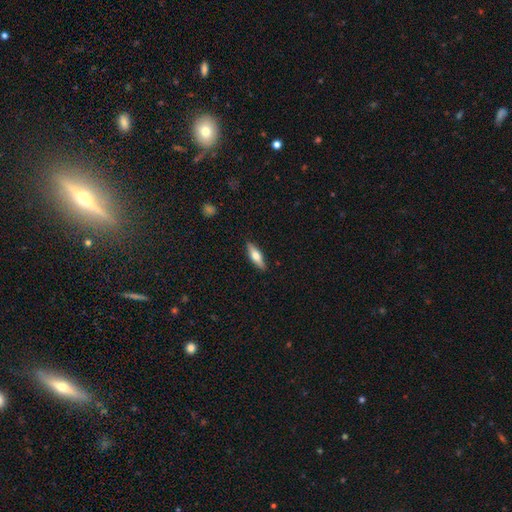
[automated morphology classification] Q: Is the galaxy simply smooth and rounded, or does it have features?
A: smooth — 55%.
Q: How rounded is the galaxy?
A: cigar-shaped — 59%.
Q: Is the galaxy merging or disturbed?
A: none — 89%.